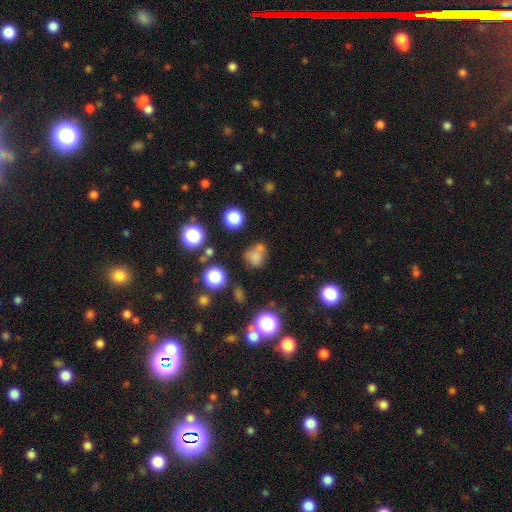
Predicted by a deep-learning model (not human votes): smooth 69%, star or artifact 20%, featured or disk 12%. Down the decision tree: how rounded — round (69%); merging — none (48%).